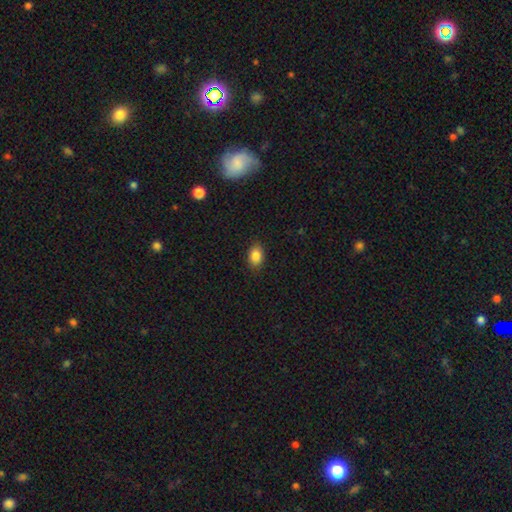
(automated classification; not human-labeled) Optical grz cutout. It shows a smooth galaxy with no disk features (86%) that is in between round and cigar-shaped (80%). Merging: none (86%).